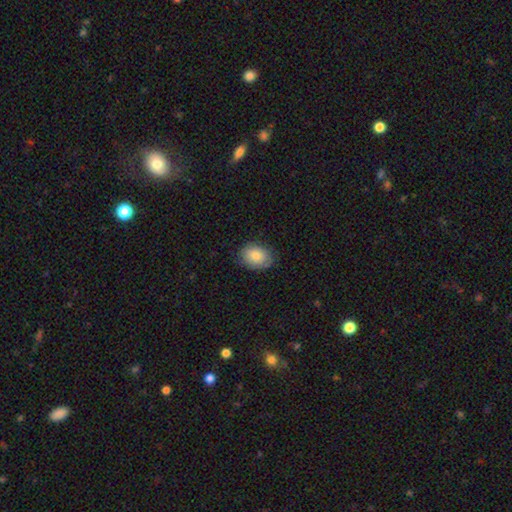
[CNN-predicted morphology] Smooth or featured? smooth (79%)
How rounded? in between (69%)
Merging? none (78%)